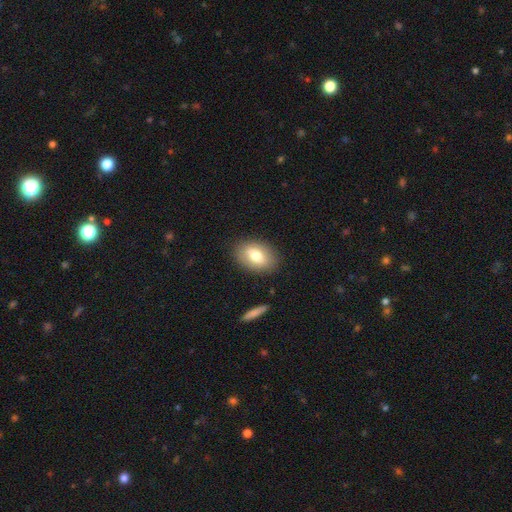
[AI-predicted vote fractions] smooth 75%, featured or disk 18%, star or artifact 7%. Down the decision tree: how rounded — in between (85%); merging — none (85%).